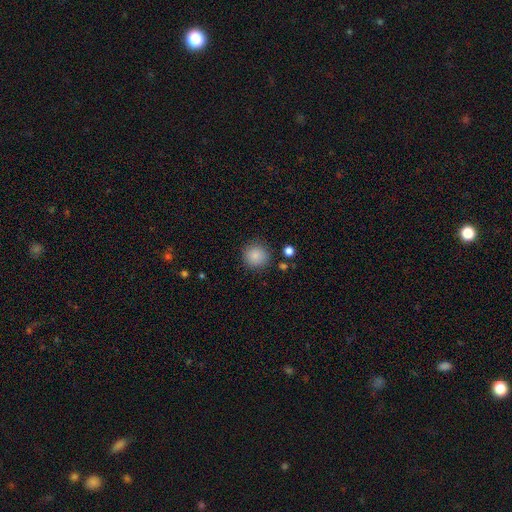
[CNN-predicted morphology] smooth_or_featured: smooth (p=0.86) [alt: star or artifact p=0.09]
how_rounded: round (p=0.93) [alt: in between p=0.06]
merging: none (p=0.86) [alt: minor disturbance p=0.09]